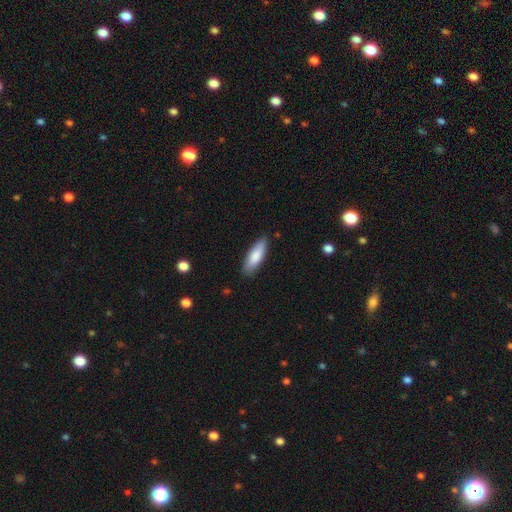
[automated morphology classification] Smooth or featured? smooth (83%)
How rounded? in between (54%)
Merging? none (85%)